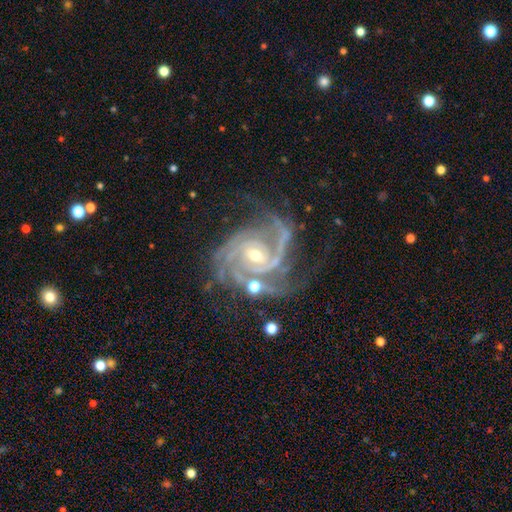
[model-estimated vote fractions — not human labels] smooth-or-featured: featured or disk: 91% | star or artifact: 6% | smooth: 3%
  disk-edge-on: no: 98% | yes: 2%
    bar: no: 49% | weak: 35% | strong: 16%
    has-spiral-arms: yes: 98% | no: 2%
      spiral-winding: tight: 60% | medium: 35% | loose: 5%
      spiral-arm-count: 3: 34% | 2: 22% | 4: 17% | can't tell: 14% | more than 4: 7% | 1: 6%
    bulge-size: small: 54% | moderate: 42% | large: 1% | none: 1% | dominant: 1%
  merging: none: 55% | minor disturbance: 22% | major disturbance: 16% | merger: 7%